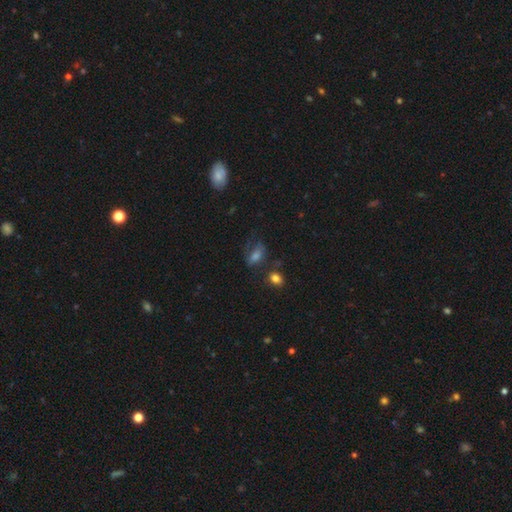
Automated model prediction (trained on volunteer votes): A smooth galaxy with no disk features (57%) that is in between round and cigar-shaped (79%). Merging: none (50%).